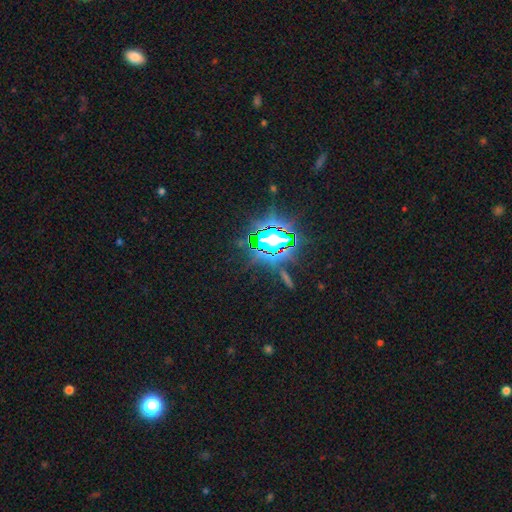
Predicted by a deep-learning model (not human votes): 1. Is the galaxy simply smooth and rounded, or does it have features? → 80% star or artifact, 10% smooth, 10% featured or disk.